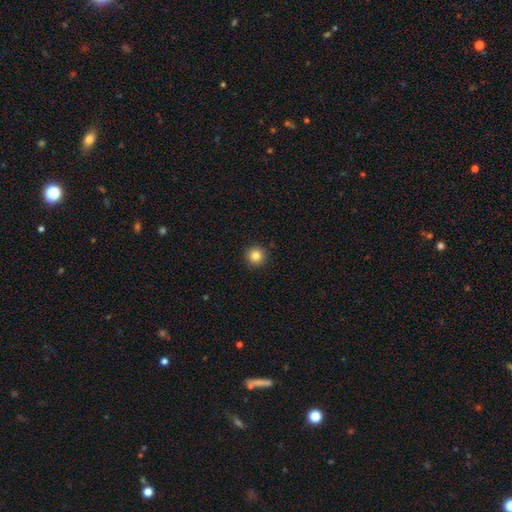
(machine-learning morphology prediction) smooth 84%, star or artifact 10%, featured or disk 6%. Down the decision tree: how rounded — round (96%); merging — none (92%).